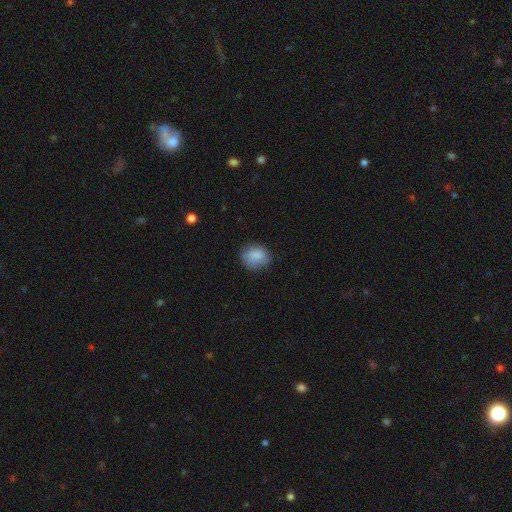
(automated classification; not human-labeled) A smooth galaxy with no disk features (82%) that is round (58%).

Vote fractions:
- Smooth or featured? smooth: 82% / featured or disk: 11% / star or artifact: 8%
- How rounded? round: 58% / in between: 41% / cigar-shaped: 1%
- Merging? none: 73% / minor disturbance: 21% / major disturbance: 6% / merger: 1%